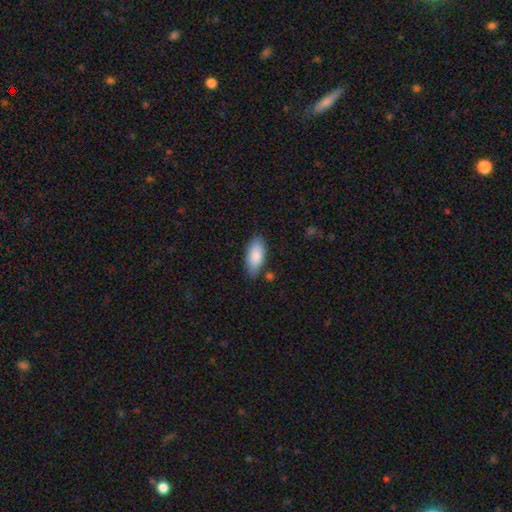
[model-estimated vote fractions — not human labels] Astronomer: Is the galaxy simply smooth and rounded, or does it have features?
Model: smooth — 87%.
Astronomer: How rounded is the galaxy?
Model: in between — 88%.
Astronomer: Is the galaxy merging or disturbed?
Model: none — 78%.